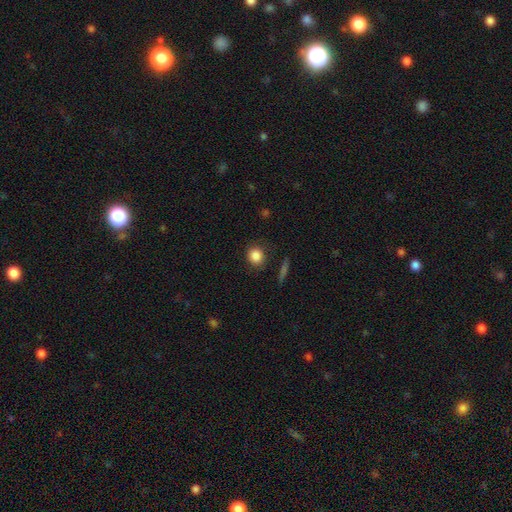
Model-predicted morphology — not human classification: smooth_or_featured: smooth (p=0.86) [alt: star or artifact p=0.10]
how_rounded: round (p=0.83) [alt: in between p=0.15]
merging: none (p=0.85) [alt: minor disturbance p=0.10]